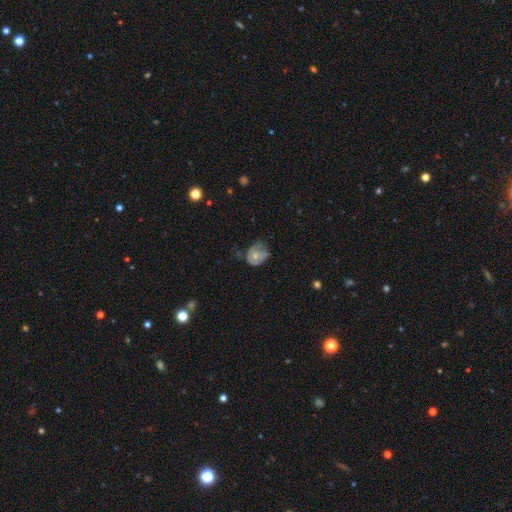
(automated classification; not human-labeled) Q: Smooth or featured?
A: smooth (52%); runner-up: featured or disk (40%)
Q: How rounded?
A: in between (52%); runner-up: round (47%)
Q: Merging?
A: minor disturbance (37%); runner-up: none (33%)